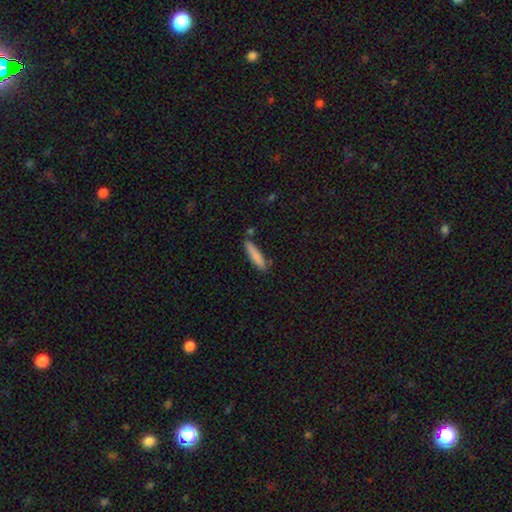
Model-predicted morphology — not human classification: Overall: smooth (83%). How rounded: cigar-shaped (86%). Merging: none (78%).